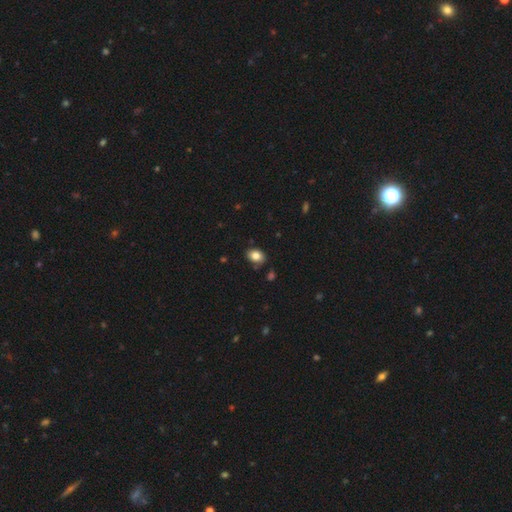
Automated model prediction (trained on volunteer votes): The model was most divided on "how rounded": in between: 76%, round: 23%, cigar-shaped: 1%. More confident: smooth or featured — smooth (83%); merging — none (82%).